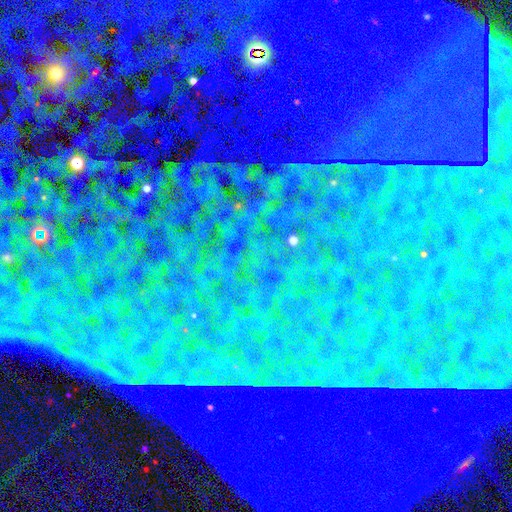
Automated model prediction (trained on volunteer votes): Smooth or featured? star or artifact (86%)